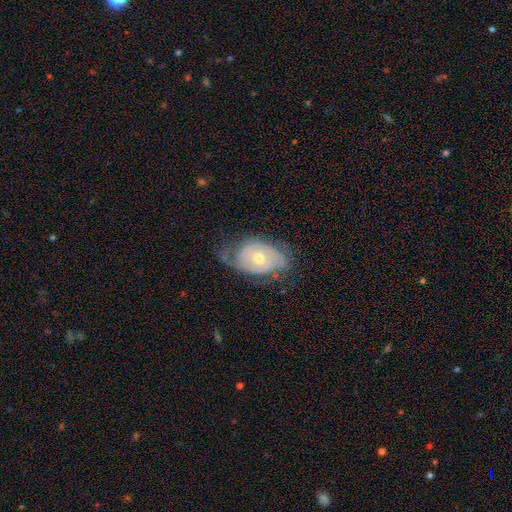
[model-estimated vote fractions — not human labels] Overall: featured or disk (76%). Edge-on disk: no (95%). Bar: no (75%). Spiral arms: yes (84%). Spiral arm count: 2 (46%; can't tell 32%). Spiral winding: tight (64%; medium 27%). Bulge size: moderate (60%; small 35%). Merging: none (64%).